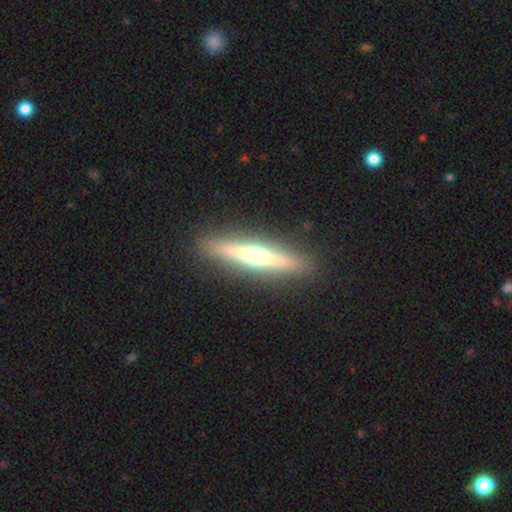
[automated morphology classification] Q: Smooth or featured?
A: featured or disk (64%); runner-up: smooth (31%)
Q: Edge-on disk?
A: yes (96%); runner-up: no (4%)
Q: Edge-on bulge?
A: rounded (90%); runner-up: none (6%)
Q: Merging?
A: none (91%); runner-up: minor disturbance (6%)